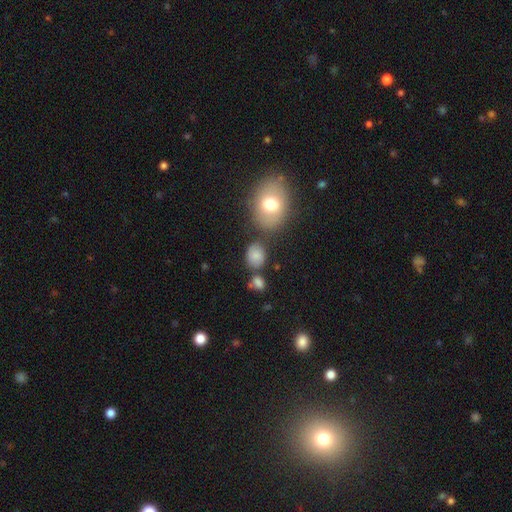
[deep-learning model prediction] This is clearly a smooth galaxy (80%). How rounded: possibly round (53%). Merging: likely none (68%).